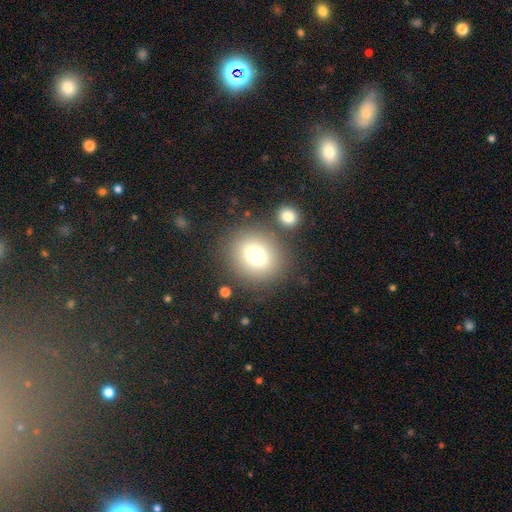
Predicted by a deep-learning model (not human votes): Smooth or featured: smooth — 73% (featured or disk — 14%)
How rounded: round — 59% (in between — 40%)
Merging: none — 73% (merger — 12%)